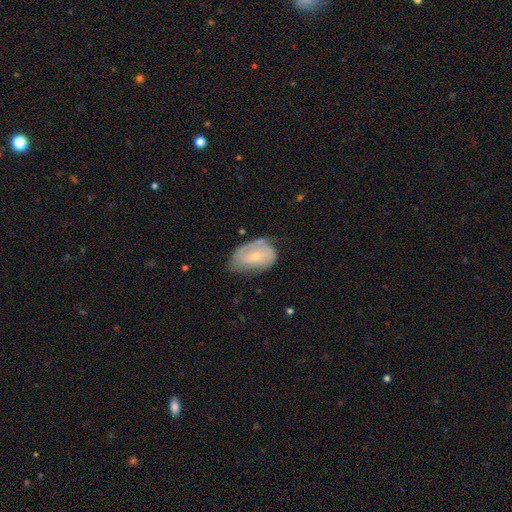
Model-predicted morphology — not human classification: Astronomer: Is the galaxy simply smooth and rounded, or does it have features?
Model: featured or disk — 53% (runner-up: smooth, 40%).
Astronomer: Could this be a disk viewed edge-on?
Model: no — 95%.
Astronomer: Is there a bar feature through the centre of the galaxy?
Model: no — 57% (runner-up: weak, 34%).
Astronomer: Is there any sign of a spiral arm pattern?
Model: yes — 68%.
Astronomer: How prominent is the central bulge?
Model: small — 65%.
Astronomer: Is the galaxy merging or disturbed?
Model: none — 50% (runner-up: minor disturbance, 34%).